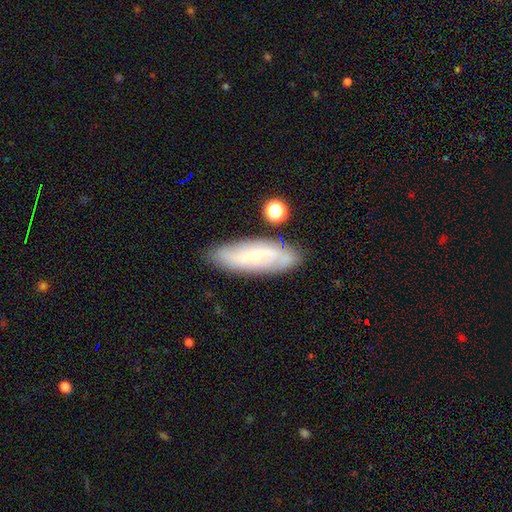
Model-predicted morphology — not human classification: smooth_or_featured: featured or disk (p=0.55) [alt: smooth p=0.38]
disk_edge_on: no (p=0.80) [alt: yes p=0.20]
merging: none (p=0.78) [alt: minor disturbance p=0.14]